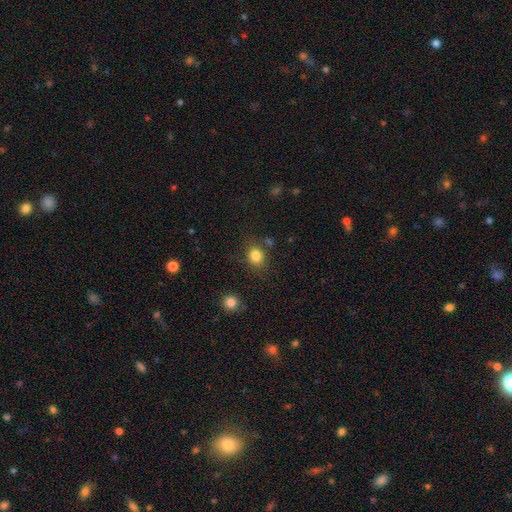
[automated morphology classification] The model was most divided on "how rounded": round: 71%, in between: 28%, cigar-shaped: 1%. More confident: smooth or featured — smooth (83%); merging — none (79%).